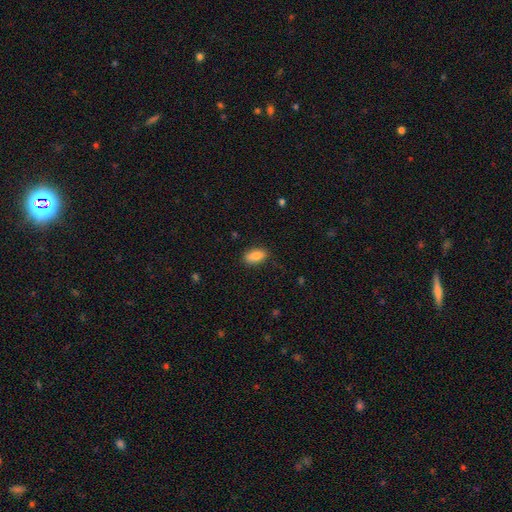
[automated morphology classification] This appears to be a smooth galaxy with no disk features (85%) that is in between round and cigar-shaped (90%). Merging: none (84%).